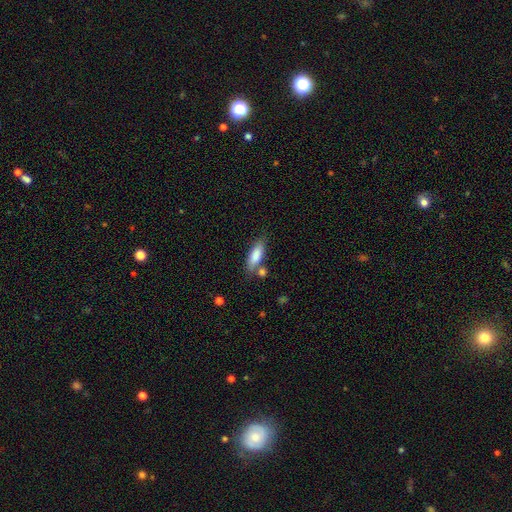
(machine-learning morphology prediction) This is clearly a smooth galaxy (81%). How rounded: possibly in between (57%). Merging: likely none (66%).